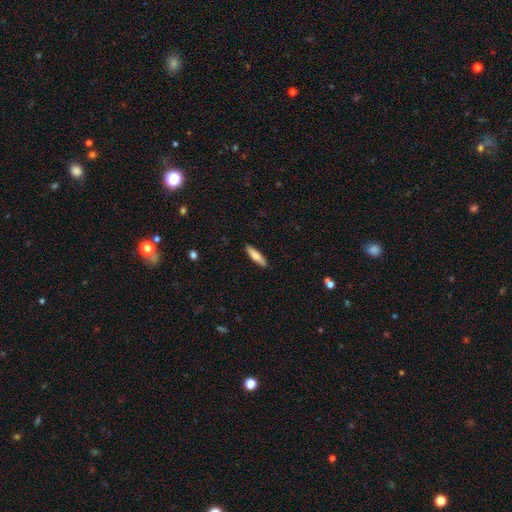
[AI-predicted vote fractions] smooth_or_featured: smooth (p=0.77) [alt: featured or disk p=0.17]
how_rounded: cigar-shaped (p=0.76) [alt: in between p=0.22]
merging: none (p=0.90) [alt: minor disturbance p=0.07]